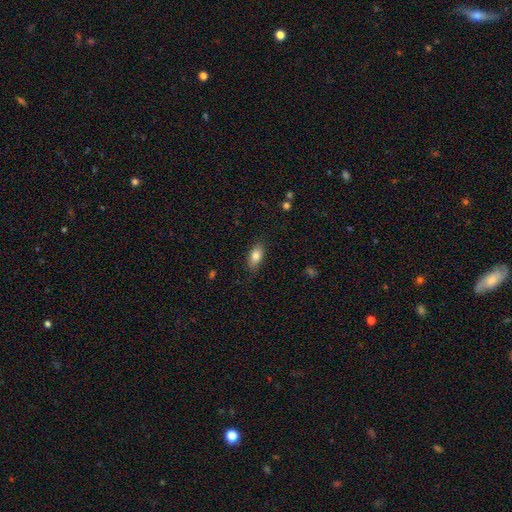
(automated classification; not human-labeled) This is clearly a smooth galaxy (81%). How rounded: clearly in between (87%). Merging: clearly none (83%).